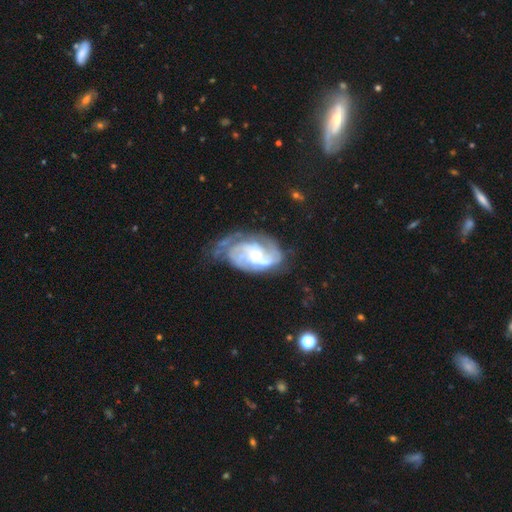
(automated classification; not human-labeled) Overall: featured or disk (86%). Edge-on disk: no (97%). Bar: no (63%; weak 30%). Spiral arms: yes (95%). Spiral arm count: 2 (37%; can't tell 27%). Spiral winding: tight (54%; medium 37%). Bulge size: small (49%; moderate 43%). Merging: none (49%; minor disturbance 28%).